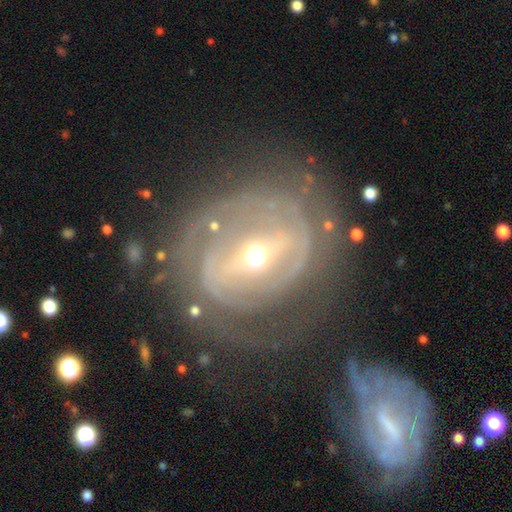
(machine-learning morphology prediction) Smooth or featured: featured or disk — 85% (smooth — 9%)
Edge-on disk: no — 95% (yes — 5%)
Bar: strong — 55% (weak — 32%)
Spiral arms: yes — 79% (no — 21%)
Spiral winding: tight — 64% (medium — 26%)
Spiral arm count: can't tell — 37% (2 — 34%)
Bulge size: moderate — 57% (small — 38%)
Merging: none — 64% (minor disturbance — 17%)